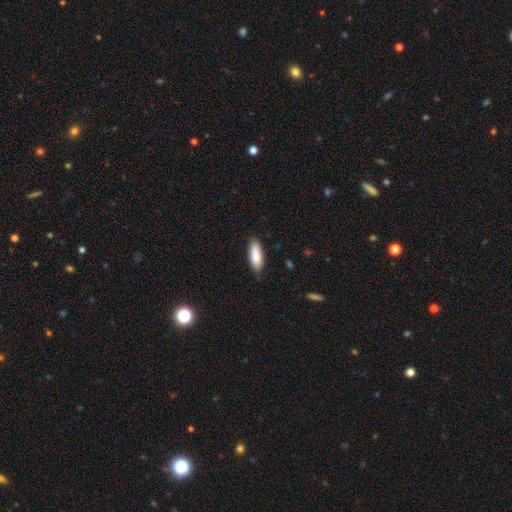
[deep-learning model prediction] smooth_or_featured: smooth (p=0.86) [alt: featured or disk p=0.08]
how_rounded: in between (p=0.70) [alt: cigar-shaped p=0.28]
merging: none (p=0.80) [alt: minor disturbance p=0.17]